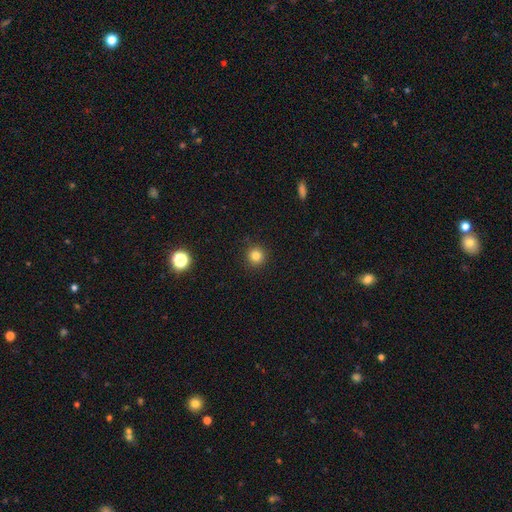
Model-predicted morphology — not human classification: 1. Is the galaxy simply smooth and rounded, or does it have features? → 81% smooth, 13% star or artifact, 6% featured or disk.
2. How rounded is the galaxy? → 95% round, 4% in between, 1% cigar-shaped.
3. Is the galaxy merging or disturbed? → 92% none, 5% minor disturbance, 2% major disturbance, 1% merger.